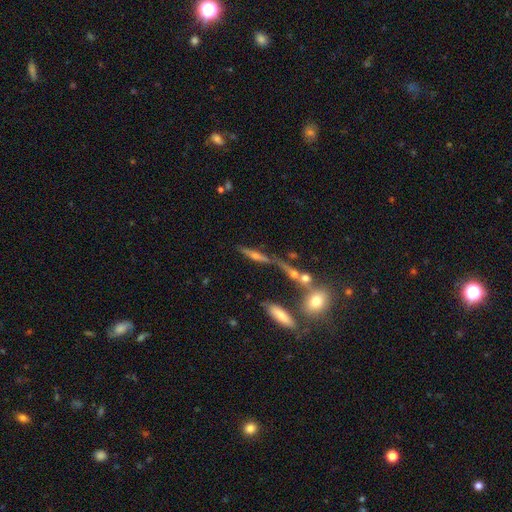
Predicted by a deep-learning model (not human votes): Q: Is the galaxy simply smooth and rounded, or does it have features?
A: featured or disk — 54%.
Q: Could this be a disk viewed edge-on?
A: yes — 80%.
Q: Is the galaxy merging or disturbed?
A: none — 54%.